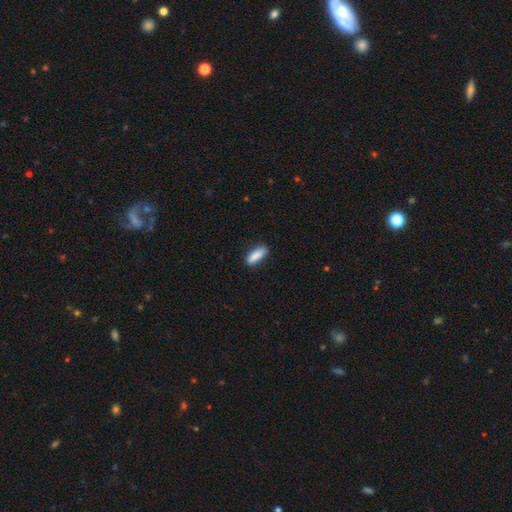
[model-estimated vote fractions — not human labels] smooth-or-featured: smooth: 88% | star or artifact: 6% | featured or disk: 5%
  how-rounded: in between: 58% | cigar-shaped: 40% | round: 2%
  merging: none: 85% | minor disturbance: 12% | major disturbance: 2% | merger: 1%